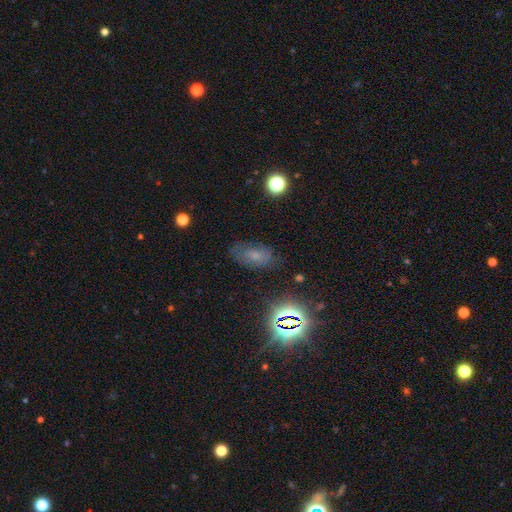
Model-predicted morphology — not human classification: Smooth or featured? smooth (43%)
Merging? none (67%)